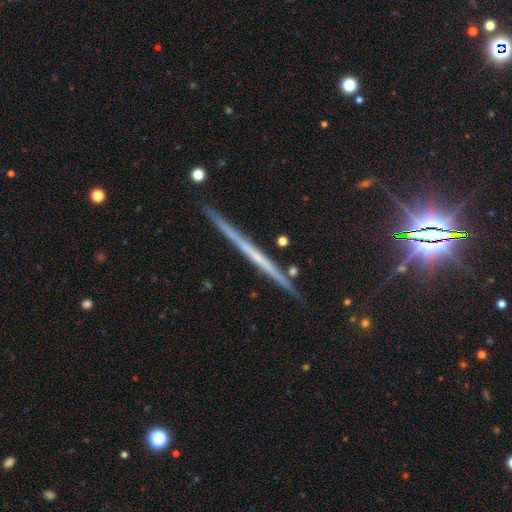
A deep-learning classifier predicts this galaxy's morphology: Overall: featured or disk (64%). Edge-on disk: yes (98%). Edge-on bulge: none (87%). Merging: none (89%).